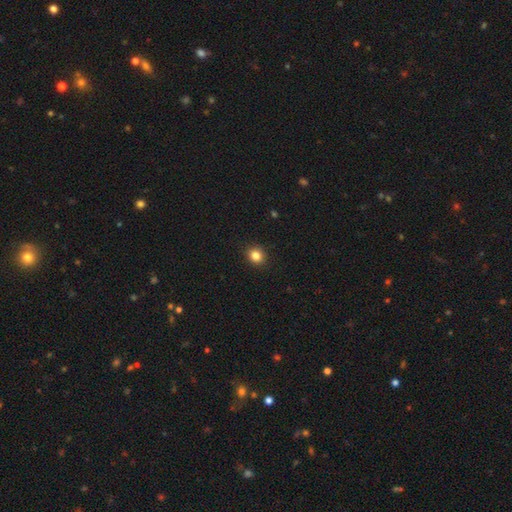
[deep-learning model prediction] Smooth or featured? smooth (85%)
How rounded? round (79%)
Merging? none (91%)